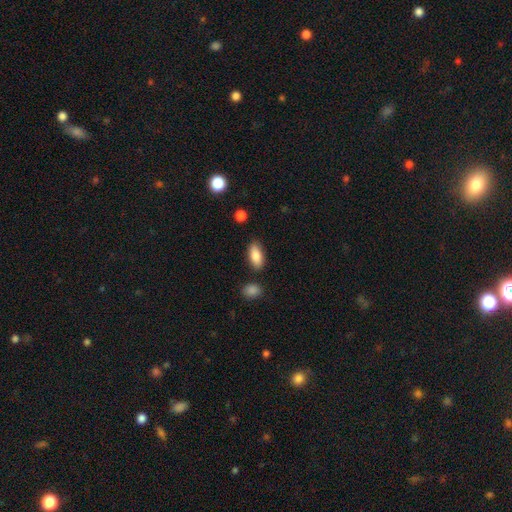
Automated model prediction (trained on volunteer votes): Smooth or featured? Predicted: smooth (p=0.85). How rounded? Predicted: in between (p=0.88). Merging? Predicted: none (p=0.83).